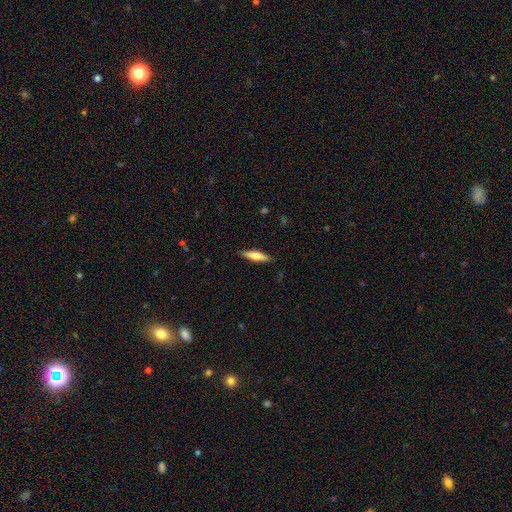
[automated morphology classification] Smooth or featured?
  - smooth: 61% *
  - featured or disk: 33%
  - star or artifact: 6%
How rounded?
  - cigar-shaped: 73% *
  - in between: 25%
  - round: 2%
Merging?
  - none: 89% *
  - minor disturbance: 8%
  - major disturbance: 2%
  - merger: 1%